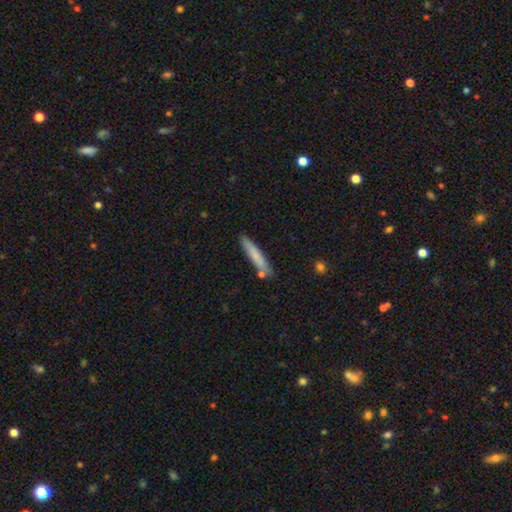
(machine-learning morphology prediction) smooth-or-featured: smooth: 74% | featured or disk: 20% | star or artifact: 6%
  how-rounded: cigar-shaped: 92% | in between: 7% | round: 1%
  merging: none: 80% | minor disturbance: 12% | merger: 6% | major disturbance: 2%